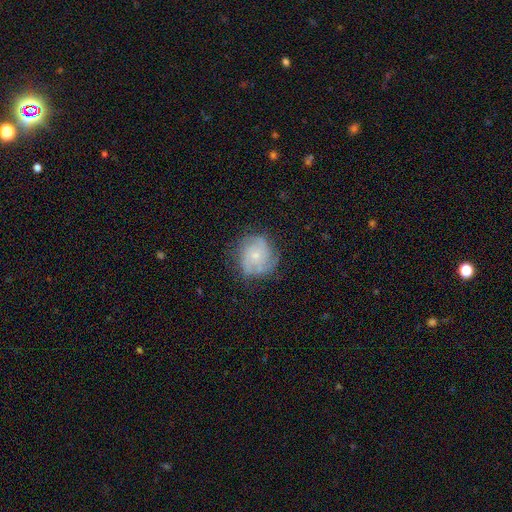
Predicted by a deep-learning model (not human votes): A featured or disk galaxy (66%) with no bar (80%), tight (54%) spiral arms (88%) and a small central bulge (67%). Merging: none (71%).